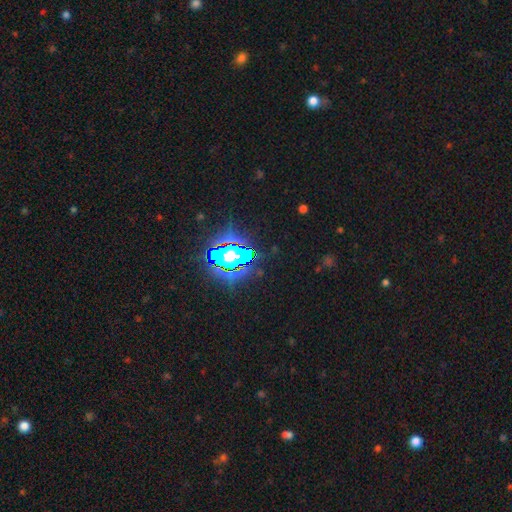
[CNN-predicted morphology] Q: Smooth or featured?
A: star or artifact (80%); runner-up: smooth (11%)